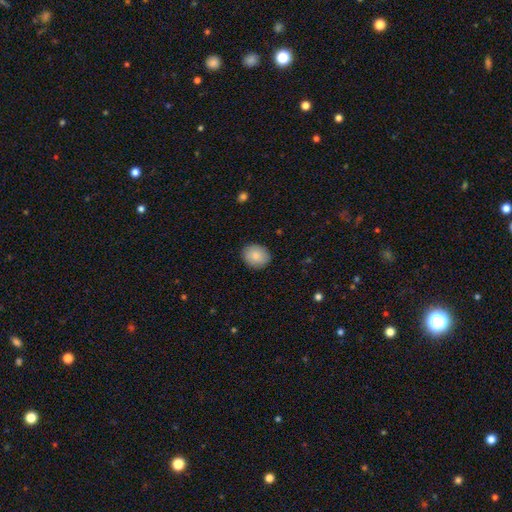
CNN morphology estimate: The model was most divided on "how rounded": round: 58%, in between: 42%, cigar-shaped: 1%. More confident: merging — none (89%); smooth or featured — smooth (84%).